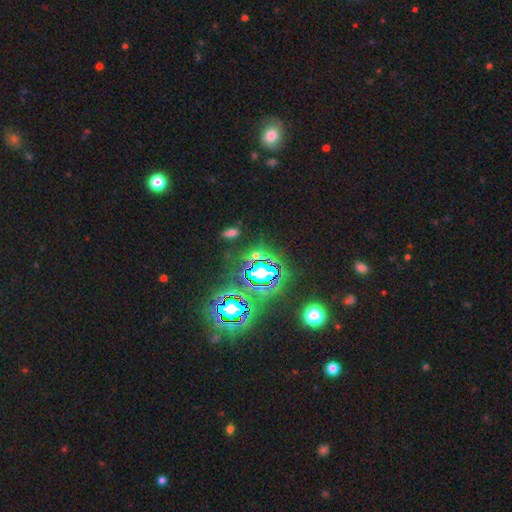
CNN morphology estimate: smooth_or_featured: star or artifact (p=0.73) [alt: smooth p=0.17]